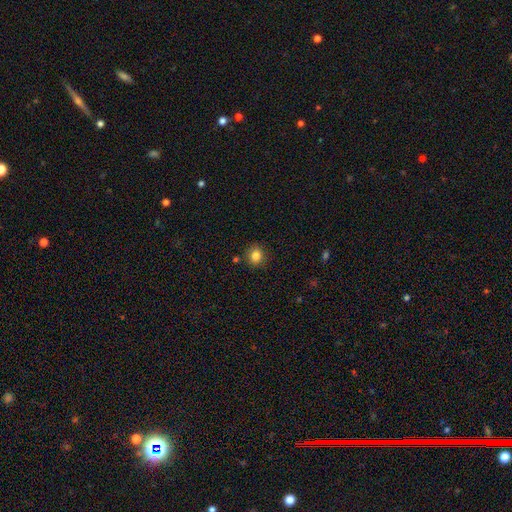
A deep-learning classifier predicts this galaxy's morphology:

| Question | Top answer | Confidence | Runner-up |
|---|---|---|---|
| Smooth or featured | smooth | 83% | star or artifact (11%) |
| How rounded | round | 78% | in between (21%) |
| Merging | none | 86% | minor disturbance (9%) |